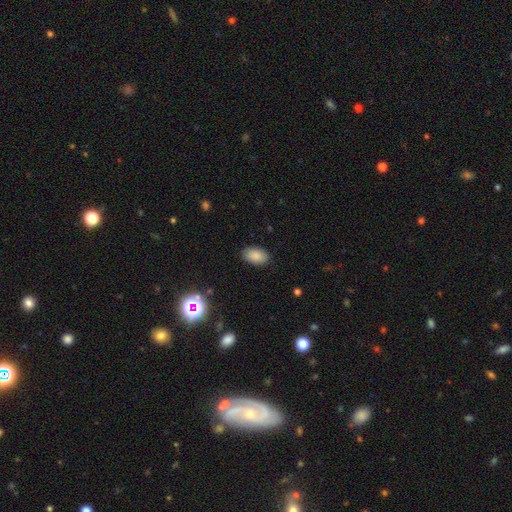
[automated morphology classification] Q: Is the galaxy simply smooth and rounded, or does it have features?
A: smooth — 85%.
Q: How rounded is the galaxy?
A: in between — 91%.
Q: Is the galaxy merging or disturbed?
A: none — 88%.